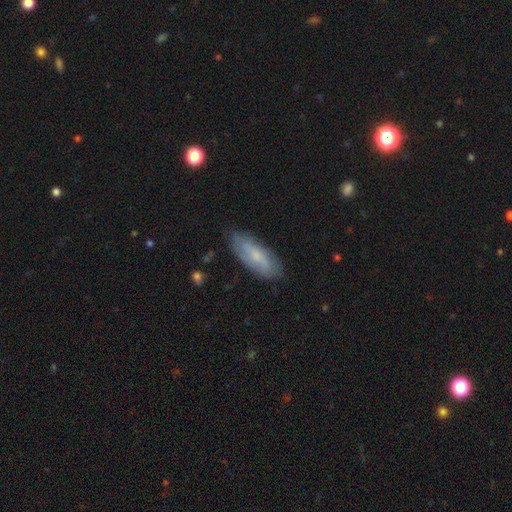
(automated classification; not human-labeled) Smooth or featured? smooth (57%)
How rounded? in between (65%)
Merging? none (77%)